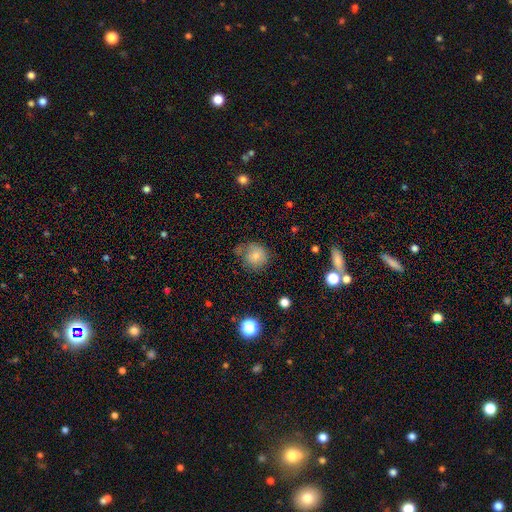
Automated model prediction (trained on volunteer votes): The model was most divided on "merging": none: 57%, minor disturbance: 23%, major disturbance: 10%, merger: 10%. More confident: how rounded — round (84%); smooth or featured — smooth (76%).